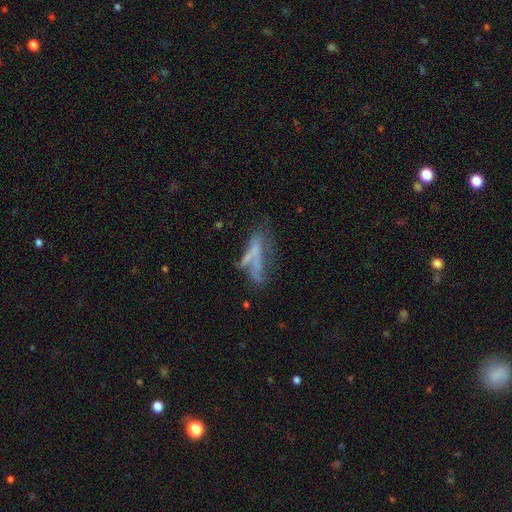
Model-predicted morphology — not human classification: Overall: featured or disk (44%; smooth 40%). Merging: none (34%; major disturbance 29%).